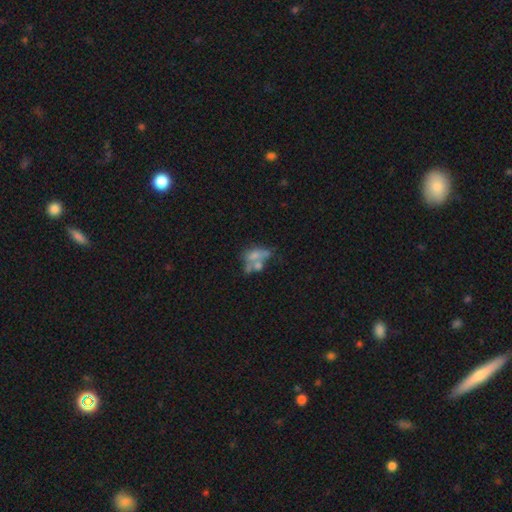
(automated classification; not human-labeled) A smooth galaxy with no disk features (48%).

Vote fractions:
- Smooth or featured? smooth: 48% / featured or disk: 39% / star or artifact: 13%
- Merging? merger: 48% / none: 22% / major disturbance: 16% / minor disturbance: 13%